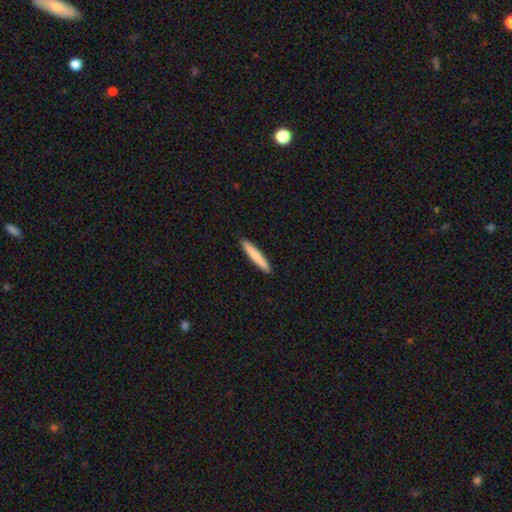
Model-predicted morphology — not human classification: Smooth or featured? Predicted: smooth (p=0.81). How rounded? Predicted: cigar-shaped (p=0.95). Merging? Predicted: none (p=0.92).